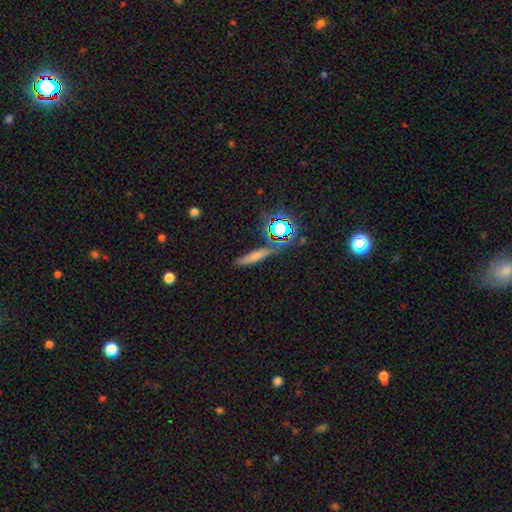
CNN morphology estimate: Smooth or featured: smooth — 63% (featured or disk — 18%)
How rounded: cigar-shaped — 77% (in between — 17%)
Merging: none — 77% (minor disturbance — 14%)